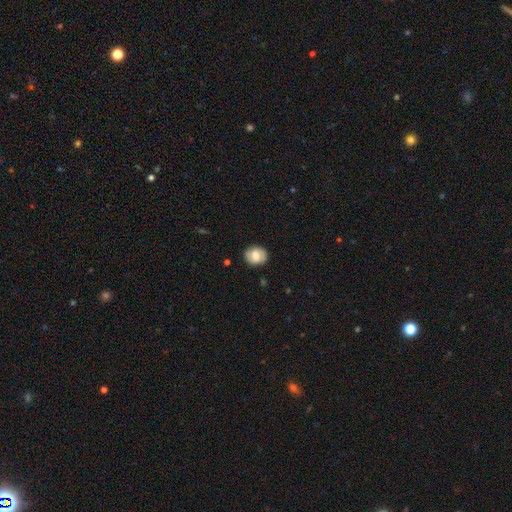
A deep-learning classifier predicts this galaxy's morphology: The model was most divided on "how rounded": round: 67%, in between: 32%, cigar-shaped: 1%. More confident: merging — none (85%); smooth or featured — smooth (65%).